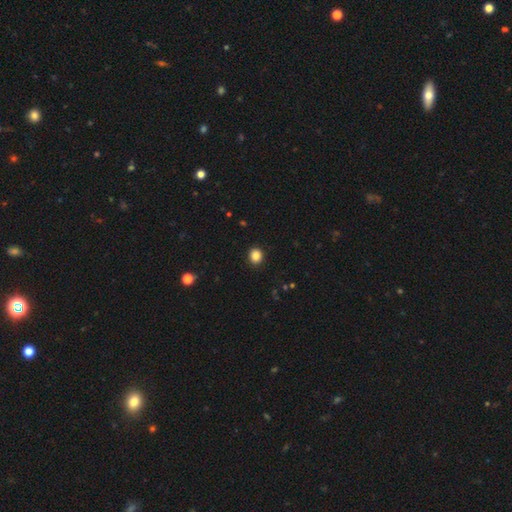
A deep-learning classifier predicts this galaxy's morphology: Smooth or featured? Predicted: smooth (p=0.86). How rounded? Predicted: round (p=0.74). Merging? Predicted: none (p=0.91).